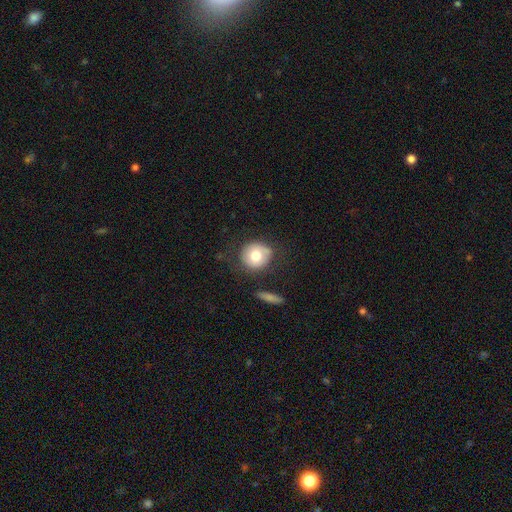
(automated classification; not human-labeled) Overall: smooth (73%). How rounded: round (89%). Merging: none (72%).